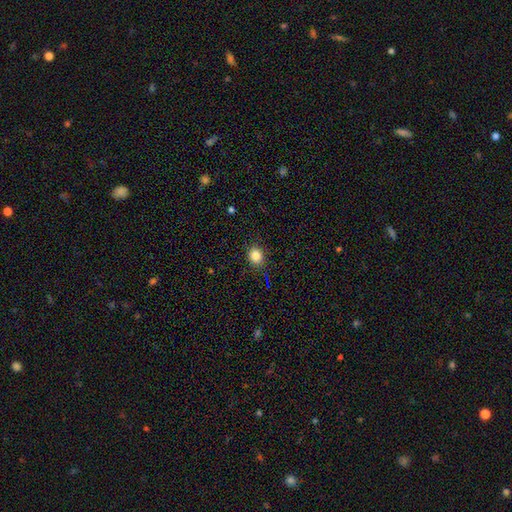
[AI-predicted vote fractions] smooth_or_featured: smooth (p=0.83) [alt: star or artifact p=0.11]
how_rounded: round (p=0.65) [alt: in between p=0.34]
merging: none (p=0.87) [alt: minor disturbance p=0.09]